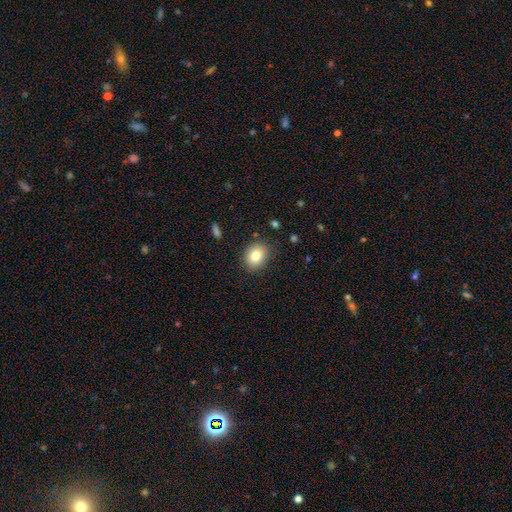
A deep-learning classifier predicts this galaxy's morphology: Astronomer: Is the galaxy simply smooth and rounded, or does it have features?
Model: smooth — 81%.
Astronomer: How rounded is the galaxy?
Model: round — 50% (runner-up: in between, 49%).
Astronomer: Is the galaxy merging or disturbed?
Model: none — 86%.